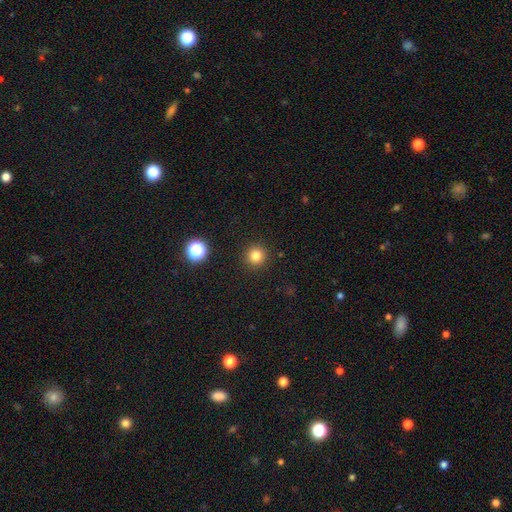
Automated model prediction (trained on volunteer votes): Morphology: type=smooth (81%); roundness=round (95%); merging=none (92%).